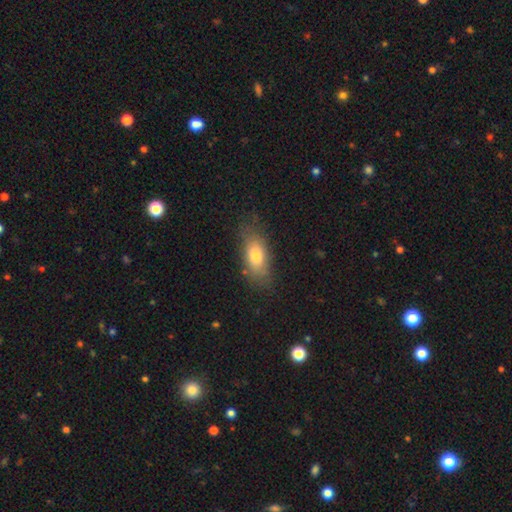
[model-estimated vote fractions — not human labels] smooth 74%, featured or disk 18%, star or artifact 8%. Down the decision tree: how rounded — in between (85%); merging — none (75%).